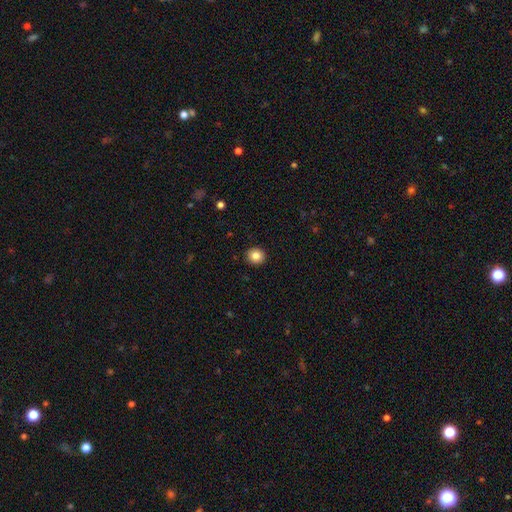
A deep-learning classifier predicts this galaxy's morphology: A smooth galaxy with no disk features (85%) that is round (88%).

Vote fractions:
- Smooth or featured? smooth: 85% / star or artifact: 10% / featured or disk: 5%
- How rounded? round: 88% / in between: 11% / cigar-shaped: 1%
- Merging? none: 92% / minor disturbance: 5% / major disturbance: 2% / merger: 1%